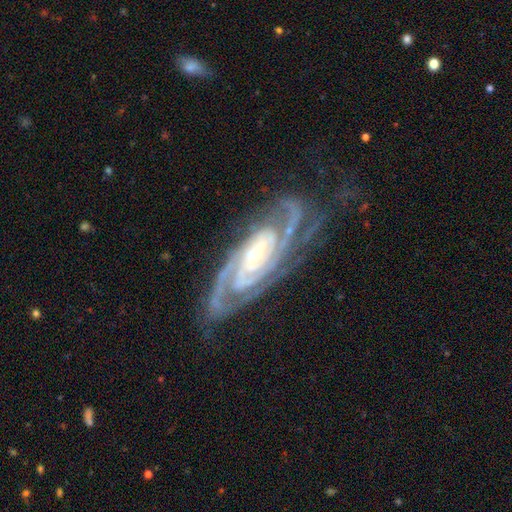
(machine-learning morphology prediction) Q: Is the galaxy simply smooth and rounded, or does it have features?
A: featured or disk — 91%.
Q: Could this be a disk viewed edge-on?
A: no — 94%.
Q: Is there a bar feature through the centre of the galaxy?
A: no — 47%.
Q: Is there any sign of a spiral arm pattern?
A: yes — 98%.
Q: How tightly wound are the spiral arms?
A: tight — 70%.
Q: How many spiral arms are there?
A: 2 — 35%.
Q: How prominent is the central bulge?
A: small — 69%.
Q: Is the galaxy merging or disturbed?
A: none — 68%.